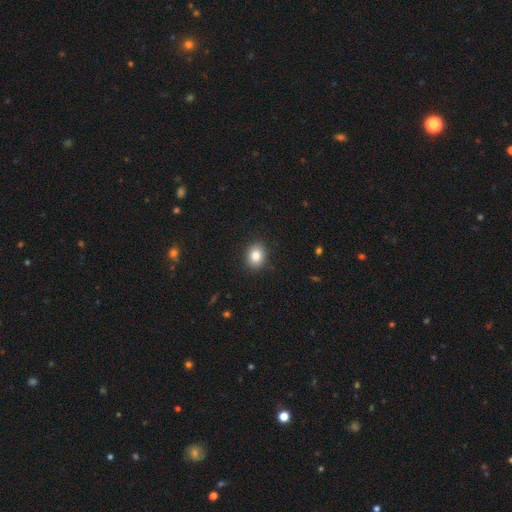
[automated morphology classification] Smooth or featured? smooth (84%)
How rounded? in between (52%)
Merging? none (90%)